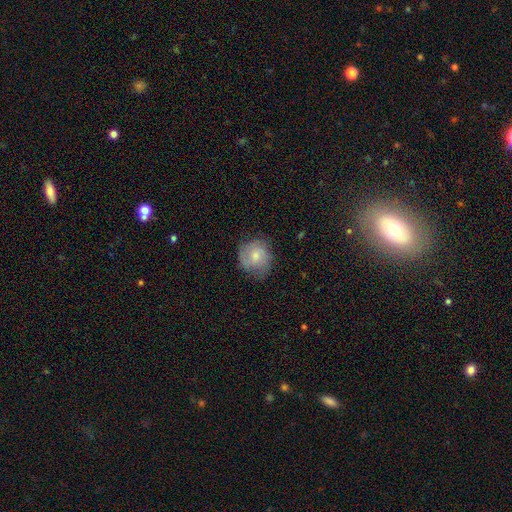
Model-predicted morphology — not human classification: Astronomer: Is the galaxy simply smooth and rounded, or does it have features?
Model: smooth — 55% (runner-up: featured or disk, 38%).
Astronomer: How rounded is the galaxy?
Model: round — 80%.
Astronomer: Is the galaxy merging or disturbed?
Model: none — 66%.